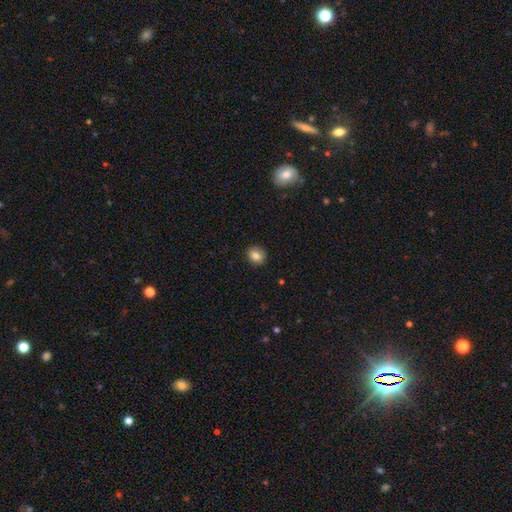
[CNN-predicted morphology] A smooth galaxy with no disk features (84%) that is round (82%).

Vote fractions:
- Smooth or featured? smooth: 84% / star or artifact: 10% / featured or disk: 6%
- How rounded? round: 82% / in between: 17% / cigar-shaped: 1%
- Merging? none: 91% / minor disturbance: 6% / major disturbance: 2% / merger: 1%